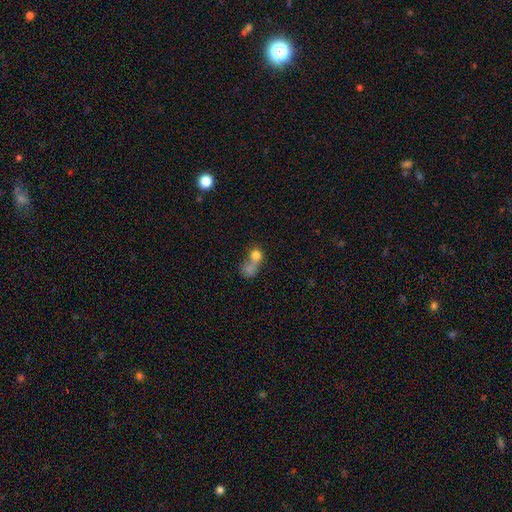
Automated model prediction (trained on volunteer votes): Smooth or featured? Predicted: smooth (p=0.74). How rounded? Predicted: round (p=0.70). Merging? Predicted: merger (p=0.57).